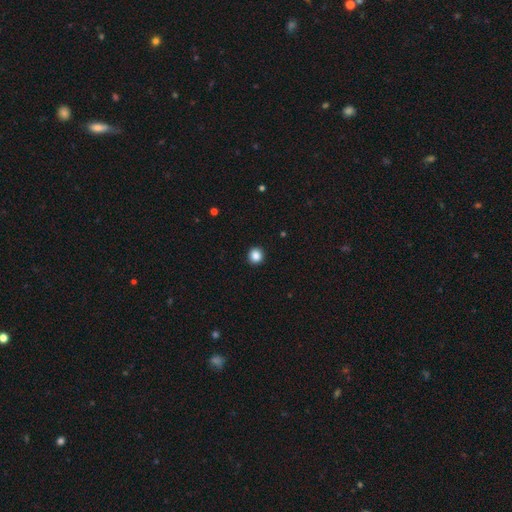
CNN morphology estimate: smooth 86%, star or artifact 10%, featured or disk 3%. Down the decision tree: how rounded — round (92%); merging — none (93%).